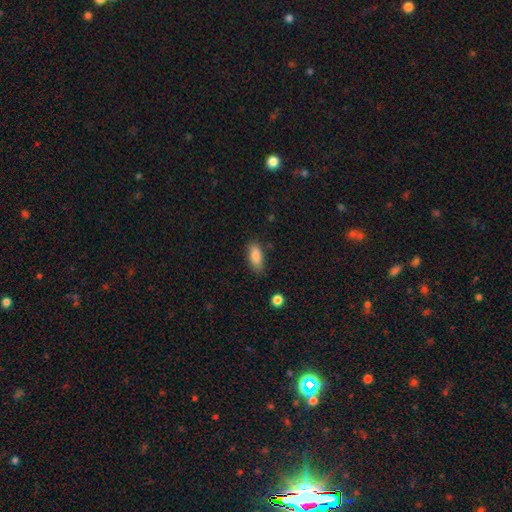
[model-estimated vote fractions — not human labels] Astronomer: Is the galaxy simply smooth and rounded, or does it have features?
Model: smooth — 85%.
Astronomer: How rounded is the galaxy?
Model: in between — 82%.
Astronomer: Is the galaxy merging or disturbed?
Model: none — 78%.